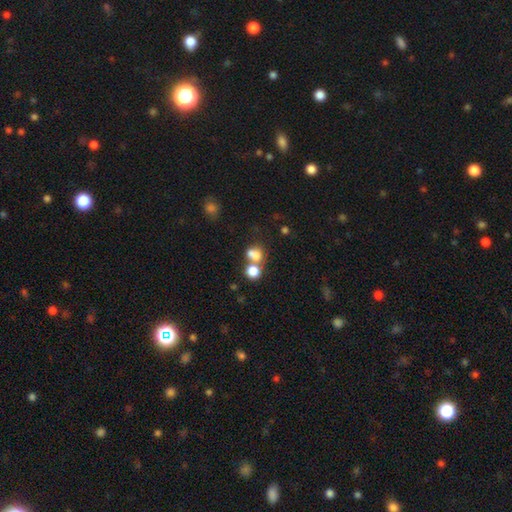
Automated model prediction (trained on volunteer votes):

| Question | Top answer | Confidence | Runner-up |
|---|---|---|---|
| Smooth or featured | smooth | 73% | star or artifact (15%) |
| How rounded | round | 56% | in between (43%) |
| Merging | merger | 54% | none (31%) |